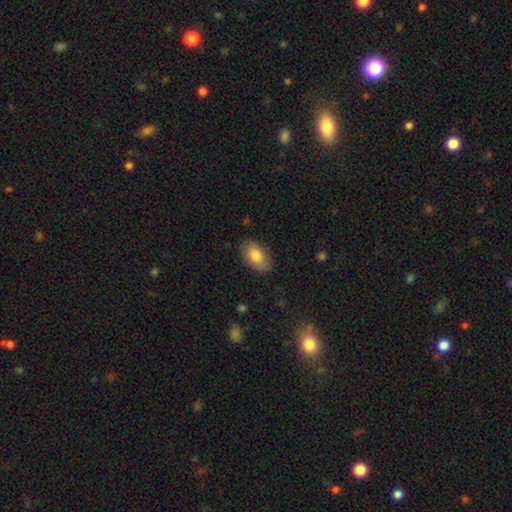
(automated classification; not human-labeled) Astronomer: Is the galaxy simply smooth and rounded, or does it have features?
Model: smooth — 82%.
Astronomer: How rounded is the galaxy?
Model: in between — 92%.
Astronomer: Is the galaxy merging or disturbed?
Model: none — 85%.